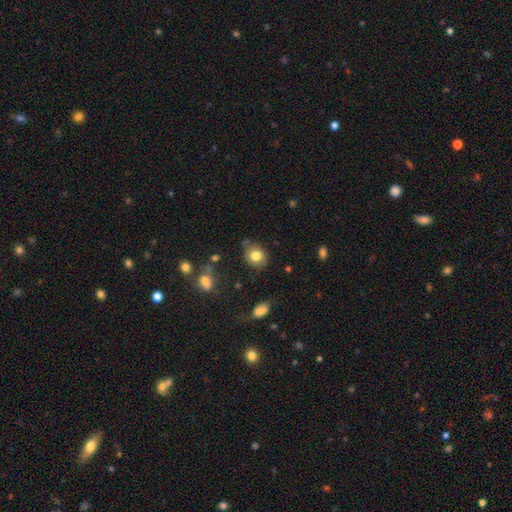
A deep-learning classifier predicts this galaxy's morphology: Smooth or featured?
  - smooth: 80% *
  - star or artifact: 10%
  - featured or disk: 10%
How rounded?
  - round: 65% *
  - in between: 34%
  - cigar-shaped: 1%
Merging?
  - none: 75% *
  - minor disturbance: 18%
  - major disturbance: 4%
  - merger: 4%